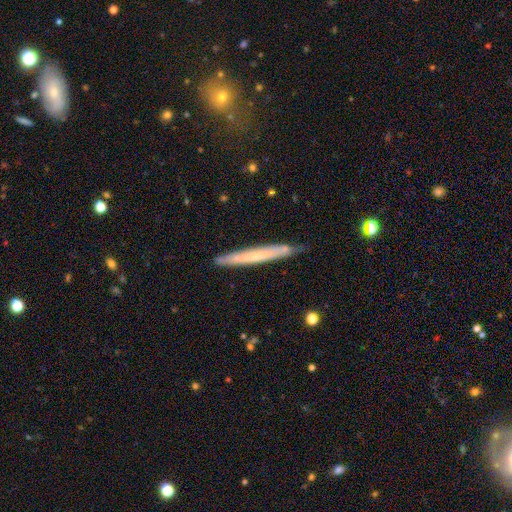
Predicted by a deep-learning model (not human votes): This is possibly a smooth galaxy (48%). Merging: clearly none (82%).